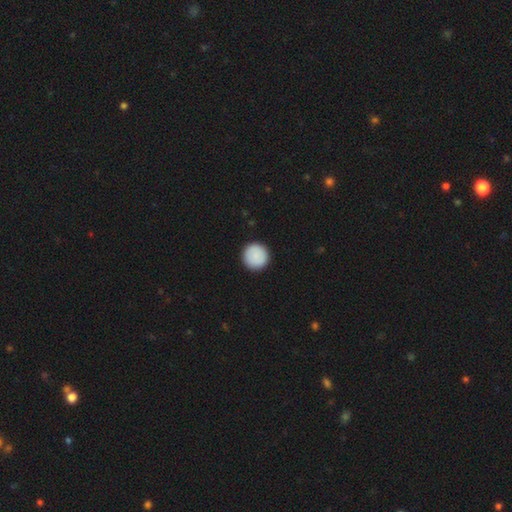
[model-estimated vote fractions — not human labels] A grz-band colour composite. It shows a smooth galaxy with no disk features (89%) that is round (96%). Merging: none (94%).